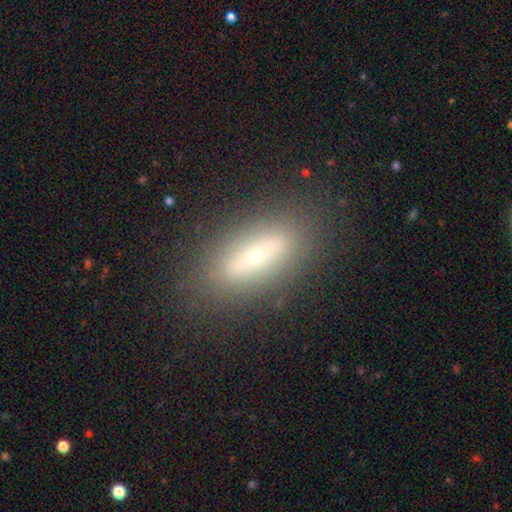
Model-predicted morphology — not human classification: smooth_or_featured: smooth (p=0.51) [alt: featured or disk p=0.39]
how_rounded: cigar-shaped (p=0.49) [alt: in between p=0.48]
merging: none (p=0.86) [alt: minor disturbance p=0.09]